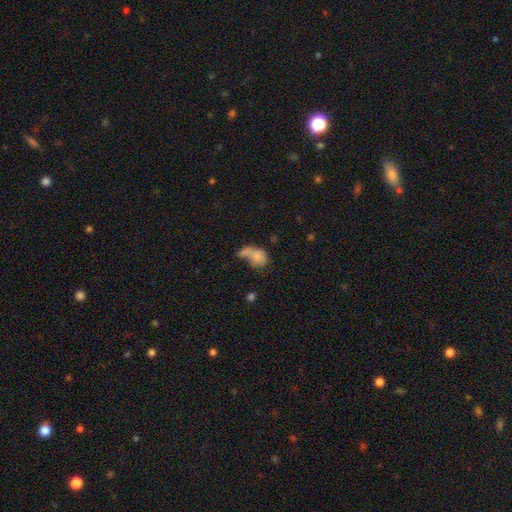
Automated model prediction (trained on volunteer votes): A smooth galaxy with no disk features (71%) that is in between round and cigar-shaped (69%). Merging: merger (46%).